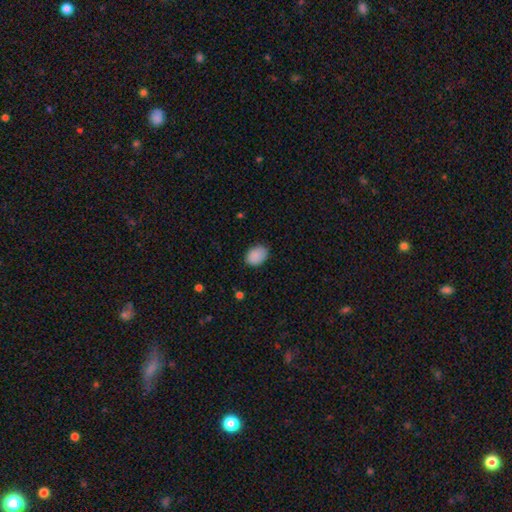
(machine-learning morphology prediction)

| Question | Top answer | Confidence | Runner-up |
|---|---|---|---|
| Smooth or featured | smooth | 89% | star or artifact (7%) |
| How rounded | in between | 75% | round (24%) |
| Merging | none | 81% | minor disturbance (16%) |